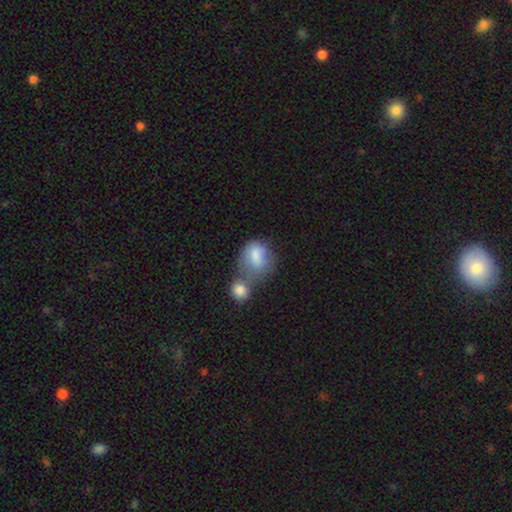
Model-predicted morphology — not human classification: Q: Smooth or featured?
A: smooth (77%); runner-up: featured or disk (15%)
Q: How rounded?
A: round (53%); runner-up: in between (46%)
Q: Merging?
A: merger (55%); runner-up: none (21%)